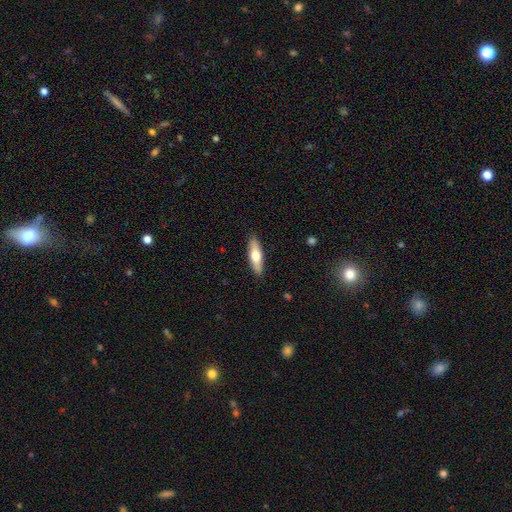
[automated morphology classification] Overall: smooth (61%; featured or disk 34%). How rounded: cigar-shaped (58%; in between 40%). Merging: none (89%).